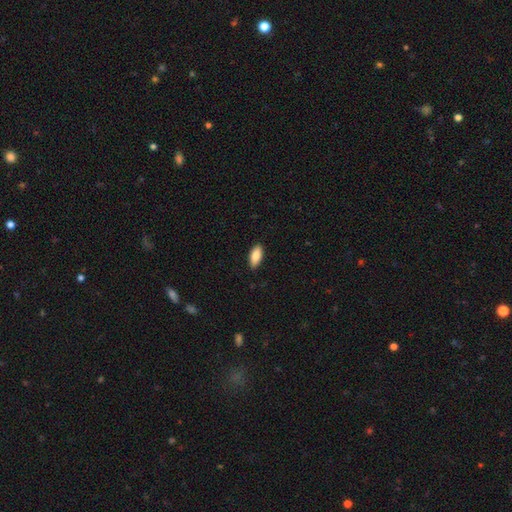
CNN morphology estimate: smooth 85%, featured or disk 9%, star or artifact 6%. Down the decision tree: how rounded — in between (86%); merging — none (89%).